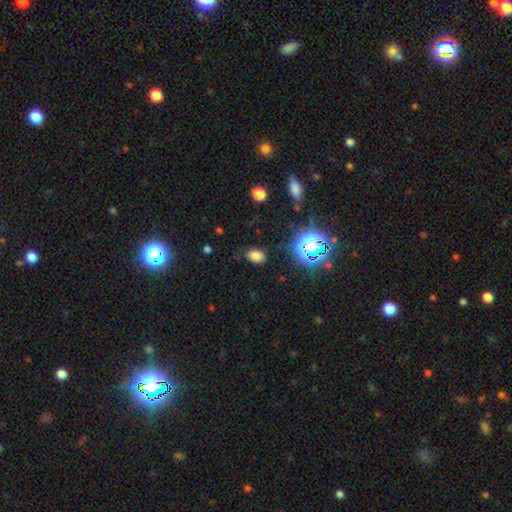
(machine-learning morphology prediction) Smooth or featured? Predicted: smooth (p=0.72). How rounded? Predicted: in between (p=0.74). Merging? Predicted: none (p=0.80).